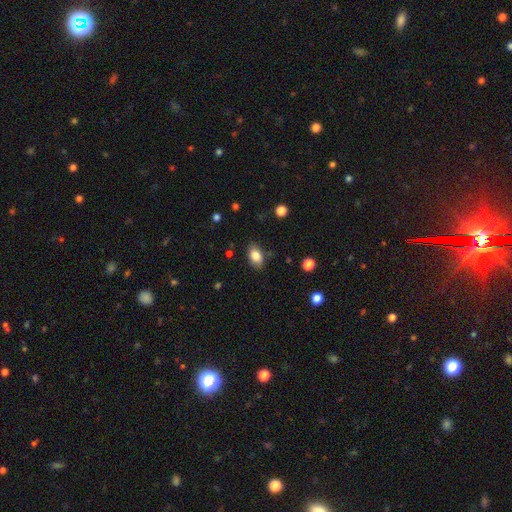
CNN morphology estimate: This is clearly a smooth galaxy (83%). How rounded: clearly in between (88%). Merging: clearly none (83%).